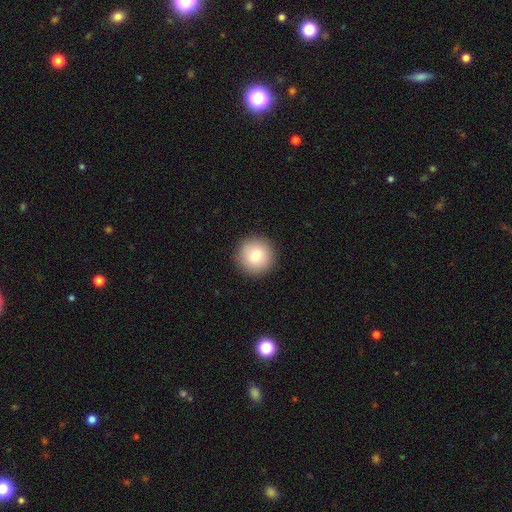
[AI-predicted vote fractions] Smooth or featured?
  - smooth: 77% *
  - featured or disk: 12%
  - star or artifact: 10%
How rounded?
  - round: 96% *
  - in between: 3%
  - cigar-shaped: 1%
Merging?
  - none: 93% *
  - minor disturbance: 5%
  - major disturbance: 2%
  - merger: 1%